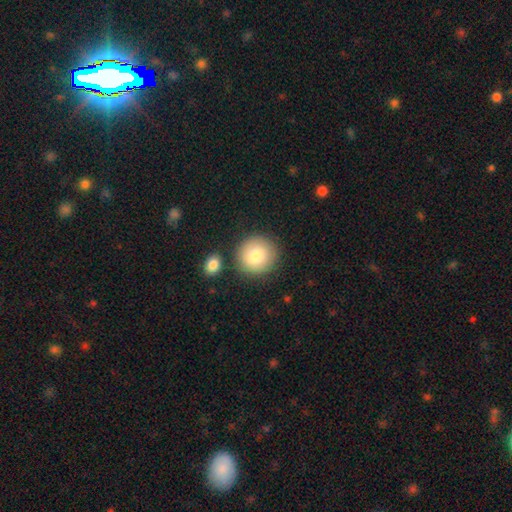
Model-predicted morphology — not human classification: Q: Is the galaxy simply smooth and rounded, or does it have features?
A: smooth — 83%.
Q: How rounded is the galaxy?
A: round — 92%.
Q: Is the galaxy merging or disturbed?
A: none — 81%.